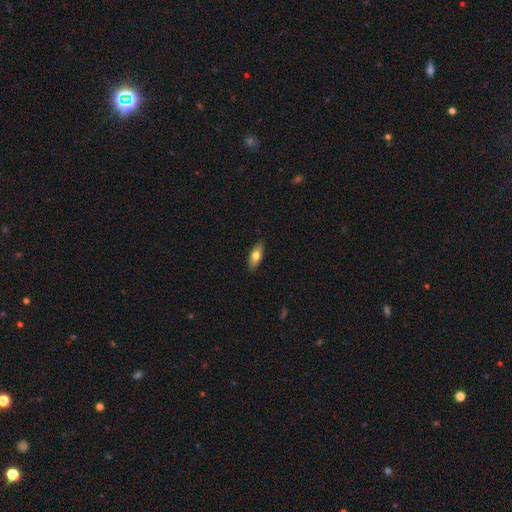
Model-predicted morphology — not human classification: type=smooth (67%); roundness=in between (69%); merging=none (87%).